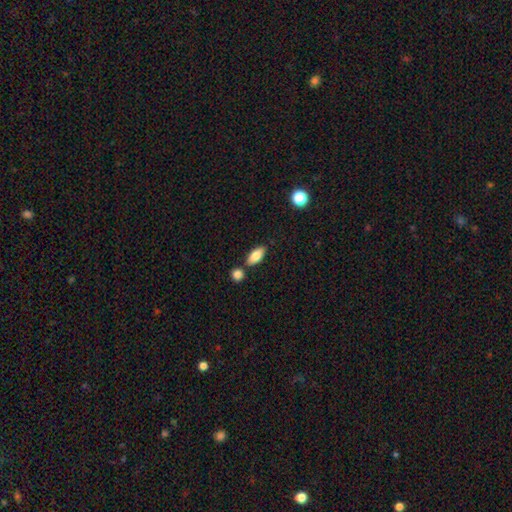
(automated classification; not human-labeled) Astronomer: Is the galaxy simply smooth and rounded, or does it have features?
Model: smooth — 81%.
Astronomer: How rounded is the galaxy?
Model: in between — 87%.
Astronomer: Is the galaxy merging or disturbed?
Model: none — 74%.